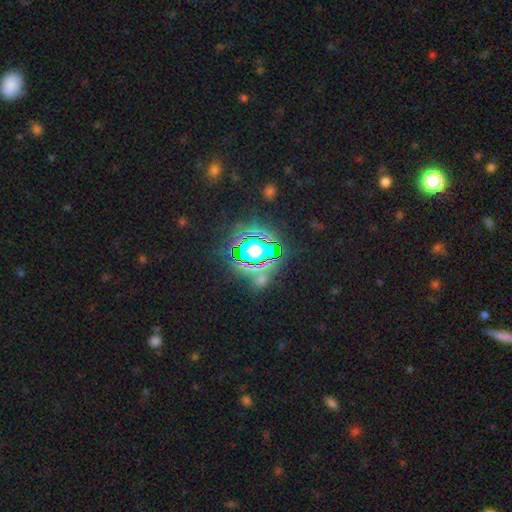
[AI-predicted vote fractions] smooth-or-featured: star or artifact: 78% | smooth: 13% | featured or disk: 8%